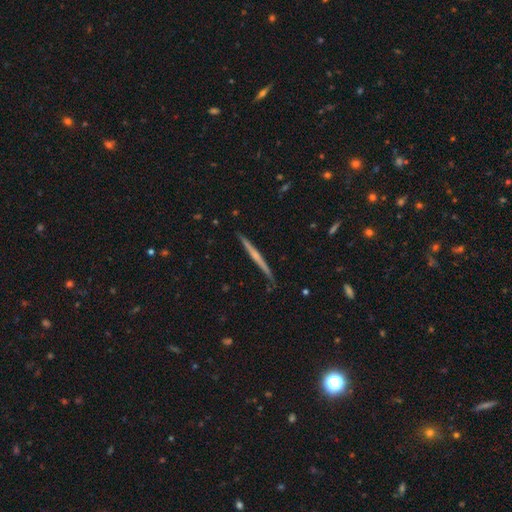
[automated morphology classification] Smooth or featured? Predicted: featured or disk (p=0.65). Edge-on disk? Predicted: yes (p=0.98). Edge-on bulge? Predicted: none (p=0.57). Merging? Predicted: none (p=0.89).